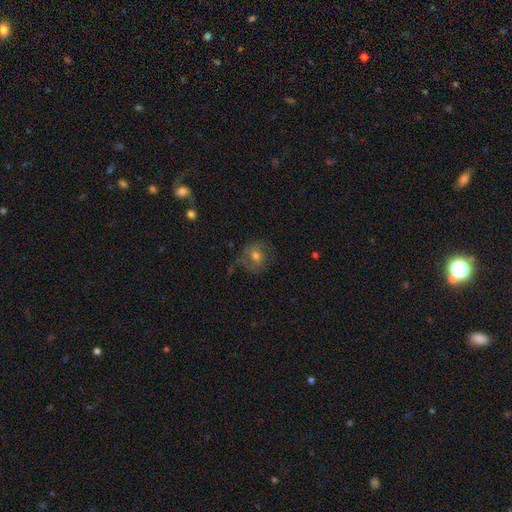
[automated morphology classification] Smooth or featured? smooth (52%)
How rounded? round (72%)
Merging? none (59%)